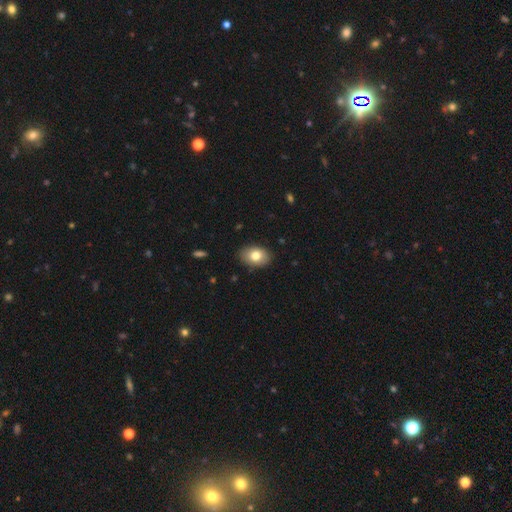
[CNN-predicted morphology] A smooth galaxy with no disk features (79%) that is in between round and cigar-shaped (83%).

Vote fractions:
- Smooth or featured? smooth: 79% / featured or disk: 14% / star or artifact: 8%
- How rounded? in between: 83% / round: 16% / cigar-shaped: 1%
- Merging? none: 87% / minor disturbance: 10% / major disturbance: 2% / merger: 1%